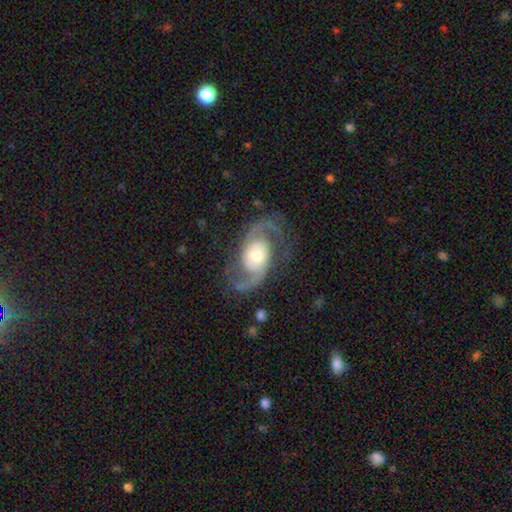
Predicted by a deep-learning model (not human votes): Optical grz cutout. It shows a featured or disk galaxy (92%) with no bar (60%), 2 (94%) medium (55%) spiral arms (98%) and a moderate central bulge (60%). Merging: none (79%).